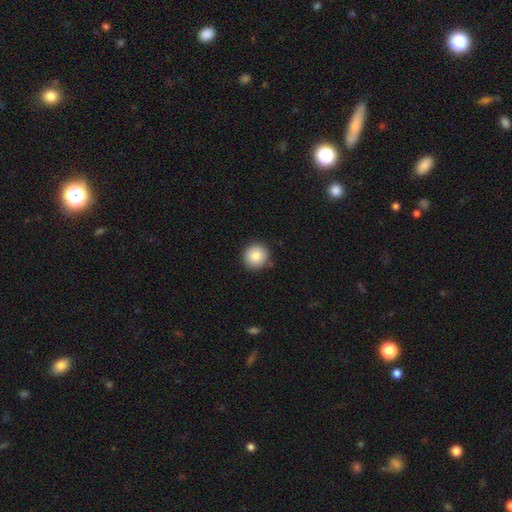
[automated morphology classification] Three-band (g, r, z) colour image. It shows a smooth galaxy with no disk features (83%) that is round (95%). Merging: none (90%).